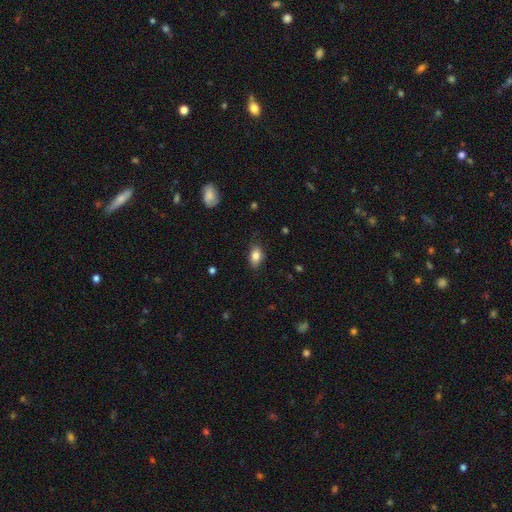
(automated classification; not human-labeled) The model was most divided on "merging": none: 80%, minor disturbance: 16%, major disturbance: 3%, merger: 1%. More confident: how rounded — in between (86%); smooth or featured — smooth (84%).